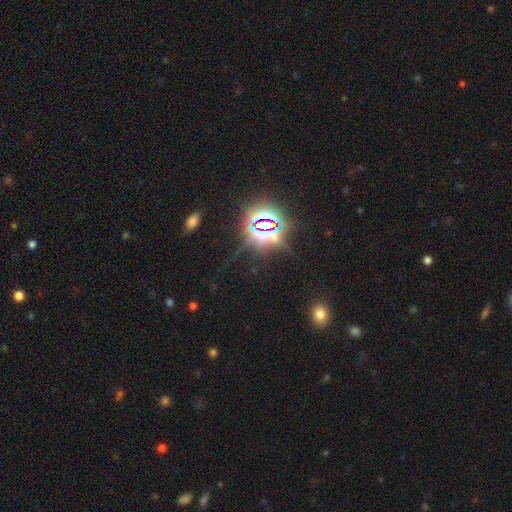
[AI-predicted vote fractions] A star or artifact, not a galaxy (81%).